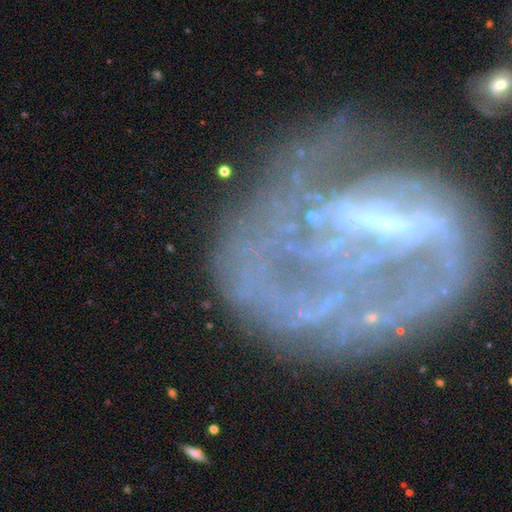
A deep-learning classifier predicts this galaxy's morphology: Overall: featured or disk (77%). Edge-on disk: no (96%). Bar: strong (39%; weak 34%). Spiral arms: yes (63%; no 37%). Bulge size: none (44%; small 36%). Merging: major disturbance (39%; none 36%).